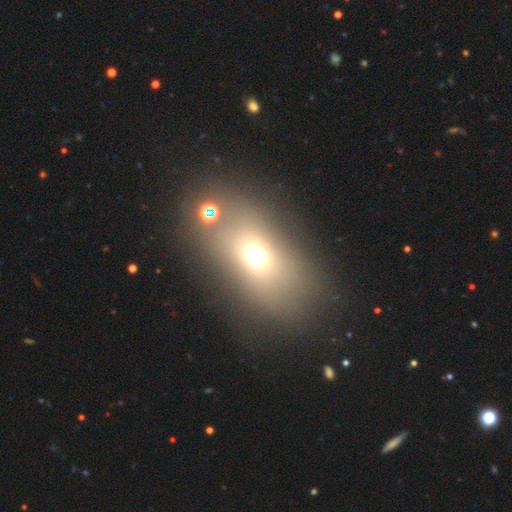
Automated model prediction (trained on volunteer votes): This appears to be a smooth galaxy with no disk features (61%) that is in between round and cigar-shaped (69%). Merging: none (67%).